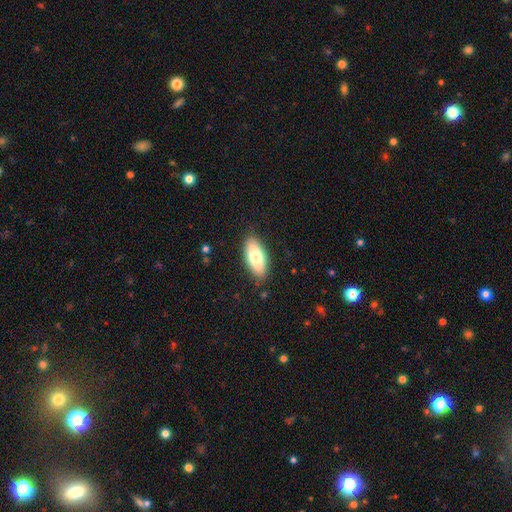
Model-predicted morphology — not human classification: smooth 76%, featured or disk 18%, star or artifact 6%. Down the decision tree: how rounded — in between (86%); merging — none (87%).